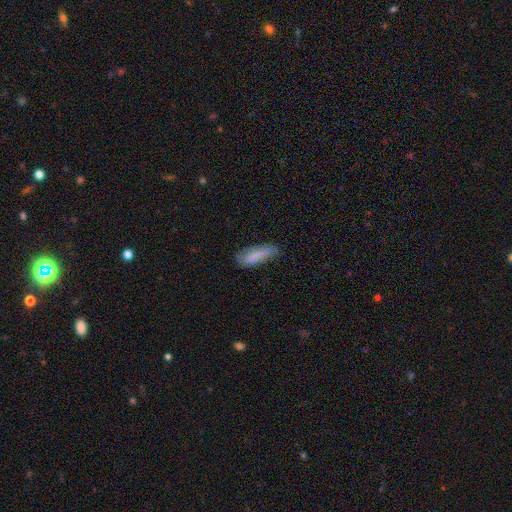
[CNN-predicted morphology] Smooth or featured?
  - smooth: 68% *
  - featured or disk: 25%
  - star or artifact: 7%
How rounded?
  - in between: 56% *
  - cigar-shaped: 42%
  - round: 2%
Merging?
  - none: 59% *
  - minor disturbance: 30%
  - major disturbance: 8%
  - merger: 2%